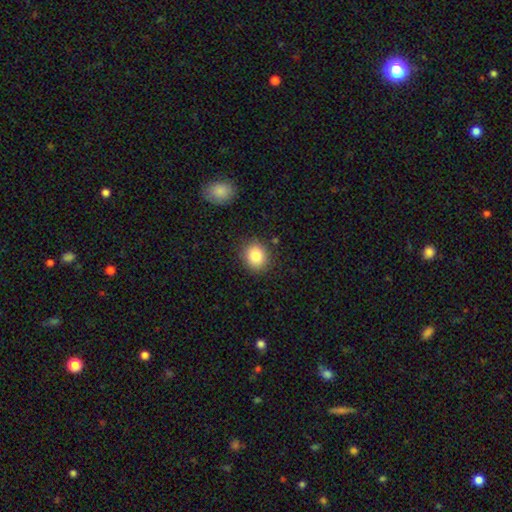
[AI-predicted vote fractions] Smooth or featured?
  - smooth: 84% *
  - star or artifact: 9%
  - featured or disk: 6%
How rounded?
  - round: 76% *
  - in between: 23%
  - cigar-shaped: 1%
Merging?
  - none: 87% *
  - minor disturbance: 9%
  - major disturbance: 3%
  - merger: 2%